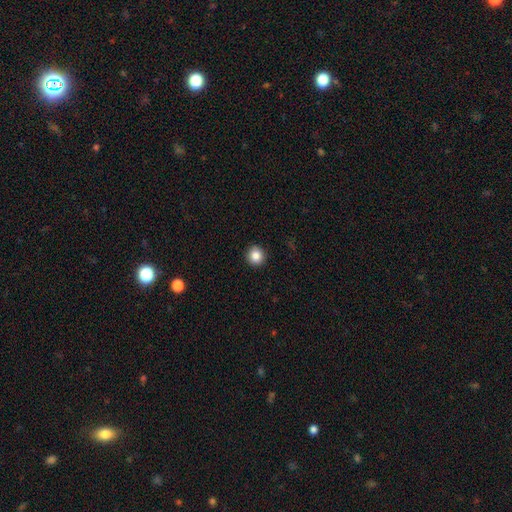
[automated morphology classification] Smooth or featured? smooth (85%)
How rounded? round (93%)
Merging? none (93%)